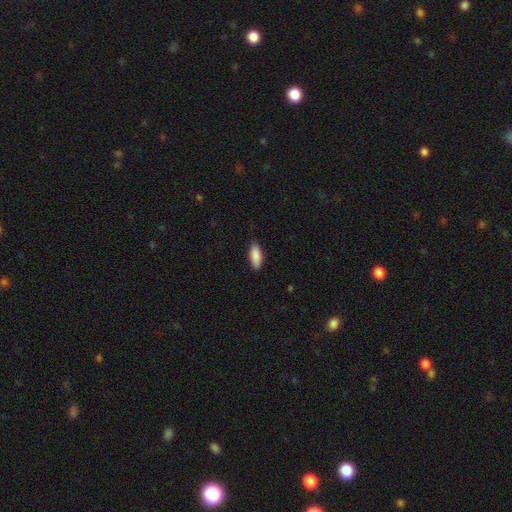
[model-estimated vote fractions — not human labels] A smooth galaxy with no disk features (89%) that is in between round and cigar-shaped (75%). Merging: none (85%).